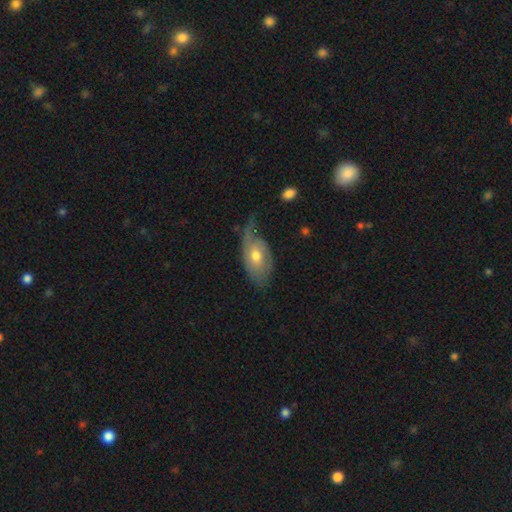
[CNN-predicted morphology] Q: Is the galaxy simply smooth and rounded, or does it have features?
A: featured or disk — 47%.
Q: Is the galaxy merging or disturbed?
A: minor disturbance — 36%, tied with none.